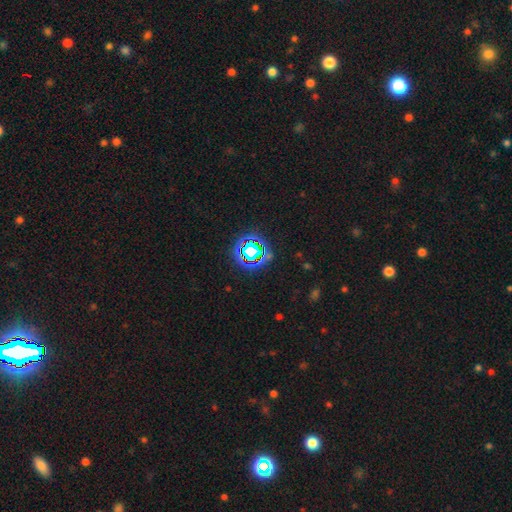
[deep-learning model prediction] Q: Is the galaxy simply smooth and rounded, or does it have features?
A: star or artifact — 66%.